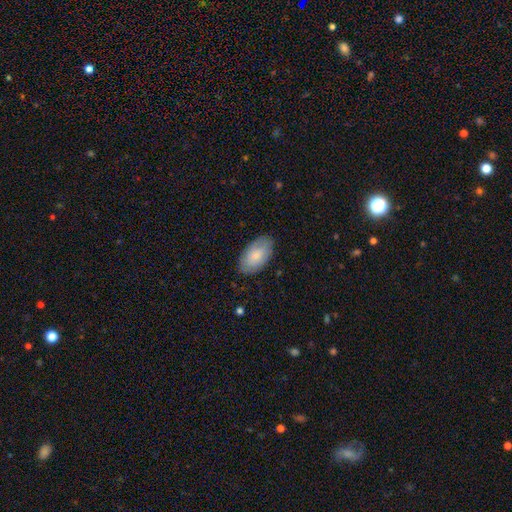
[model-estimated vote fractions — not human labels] The model was most divided on "smooth or featured": smooth: 80%, featured or disk: 14%, star or artifact: 5%. More confident: how rounded — in between (96%); merging — none (83%).